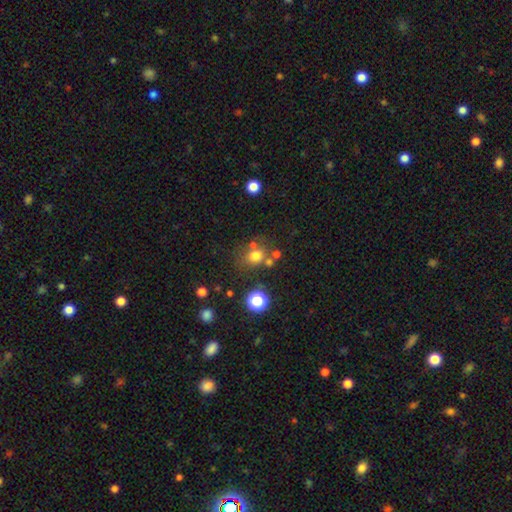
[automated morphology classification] Smooth or featured: smooth — 72% (star or artifact — 18%)
How rounded: round — 72% (in between — 27%)
Merging: none — 63% (merger — 17%)